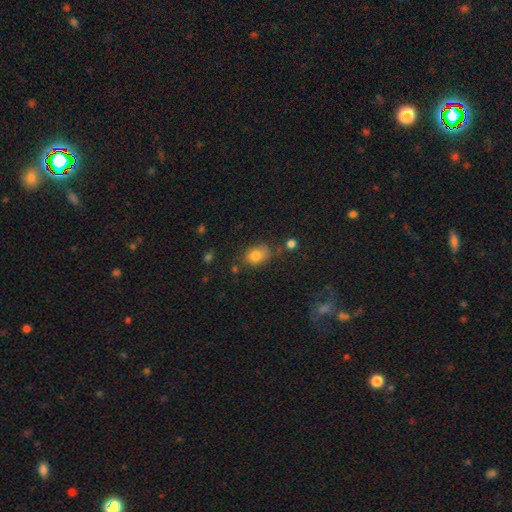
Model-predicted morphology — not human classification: smooth 81%, star or artifact 10%, featured or disk 9%. Down the decision tree: how rounded — in between (70%); merging — none (60%).